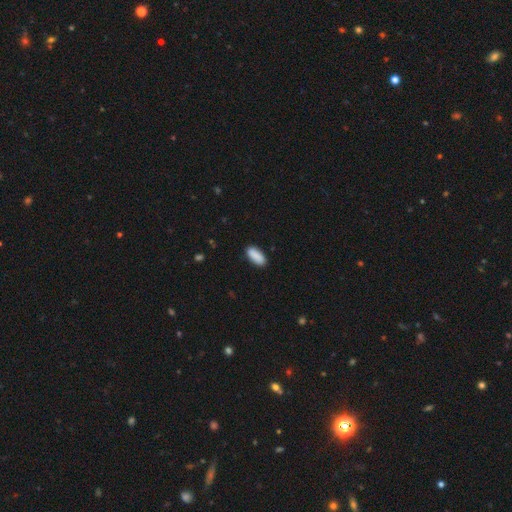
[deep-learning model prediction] Smooth or featured?
  - smooth: 90% *
  - star or artifact: 6%
  - featured or disk: 3%
How rounded?
  - in between: 82% *
  - cigar-shaped: 16%
  - round: 2%
Merging?
  - none: 88% *
  - minor disturbance: 9%
  - major disturbance: 2%
  - merger: 1%